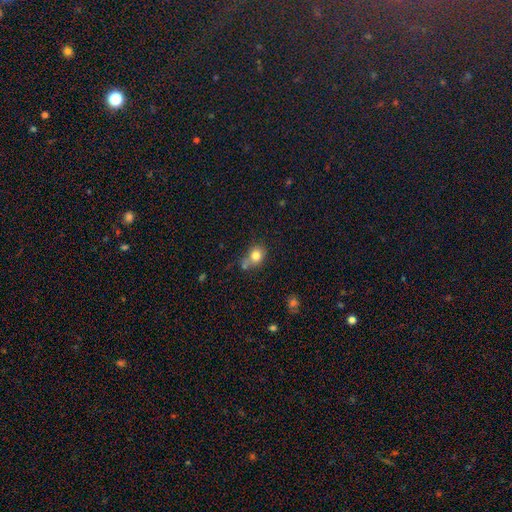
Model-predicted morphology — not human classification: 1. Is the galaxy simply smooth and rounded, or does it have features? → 79% smooth, 11% star or artifact, 9% featured or disk.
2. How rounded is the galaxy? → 65% round, 33% in between, 1% cigar-shaped.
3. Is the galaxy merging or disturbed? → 50% none, 22% merger, 21% minor disturbance, 7% major disturbance.